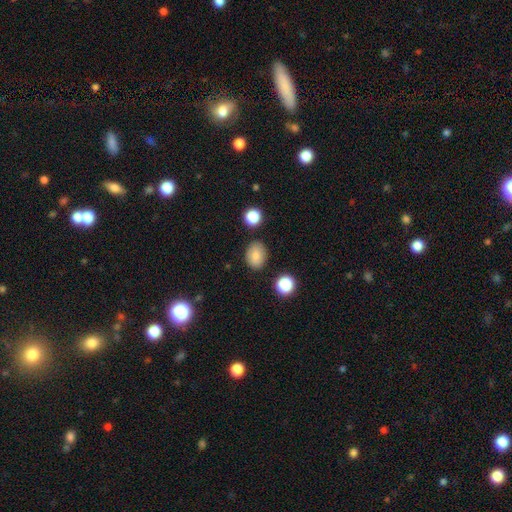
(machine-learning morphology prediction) Smooth or featured: smooth — 82% (star or artifact — 10%)
How rounded: in between — 63% (round — 36%)
Merging: none — 84% (minor disturbance — 11%)